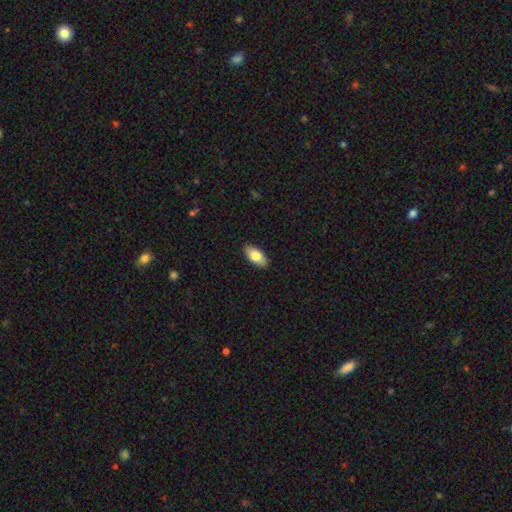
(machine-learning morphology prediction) Smooth or featured? Predicted: smooth (p=0.78). How rounded? Predicted: in between (p=0.91). Merging? Predicted: none (p=0.89).